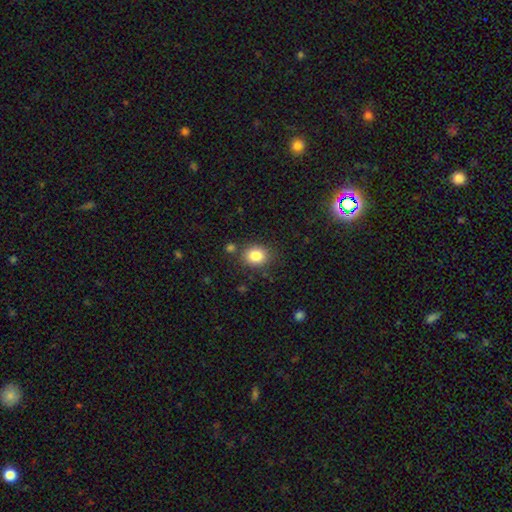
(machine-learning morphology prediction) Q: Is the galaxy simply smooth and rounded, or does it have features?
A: smooth — 84%.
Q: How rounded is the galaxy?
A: round — 61%.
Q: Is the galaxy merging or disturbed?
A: none — 81%.